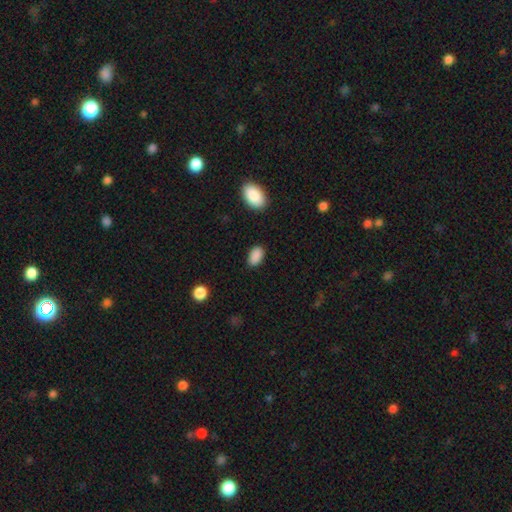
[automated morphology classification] A smooth galaxy with no disk features (89%) that is in between round and cigar-shaped (91%). Merging: none (84%).